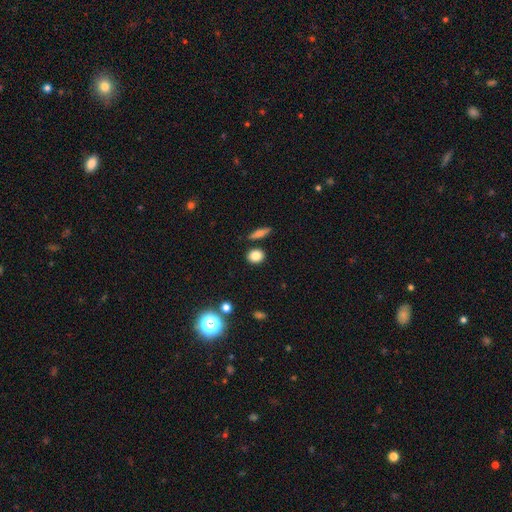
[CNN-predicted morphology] Smooth or featured?
  - smooth: 83% *
  - star or artifact: 11%
  - featured or disk: 7%
How rounded?
  - round: 68% *
  - in between: 29%
  - cigar-shaped: 3%
Merging?
  - none: 84% *
  - minor disturbance: 8%
  - merger: 5%
  - major disturbance: 2%